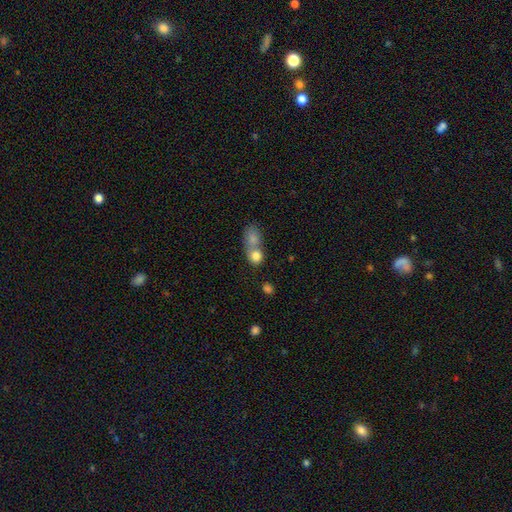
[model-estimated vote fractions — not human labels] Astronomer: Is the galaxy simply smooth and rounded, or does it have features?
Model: smooth — 80%.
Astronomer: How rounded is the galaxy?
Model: round — 57% (runner-up: in between, 41%).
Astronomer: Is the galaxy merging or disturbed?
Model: merger — 62%.